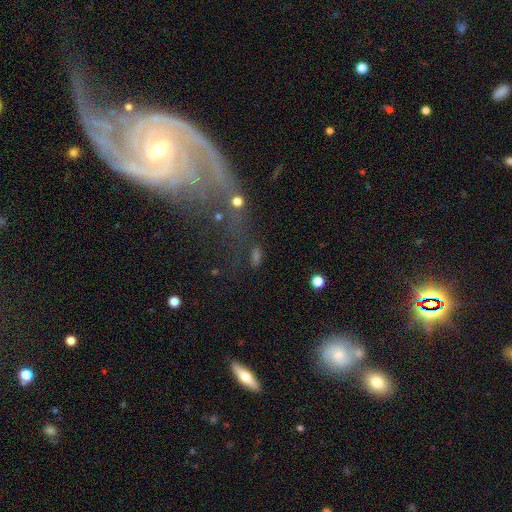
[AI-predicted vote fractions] Smooth or featured?
  - smooth: 39% *
  - featured or disk: 33%
  - star or artifact: 28%
Merging?
  - none: 49% *
  - major disturbance: 21%
  - minor disturbance: 18%
  - merger: 12%